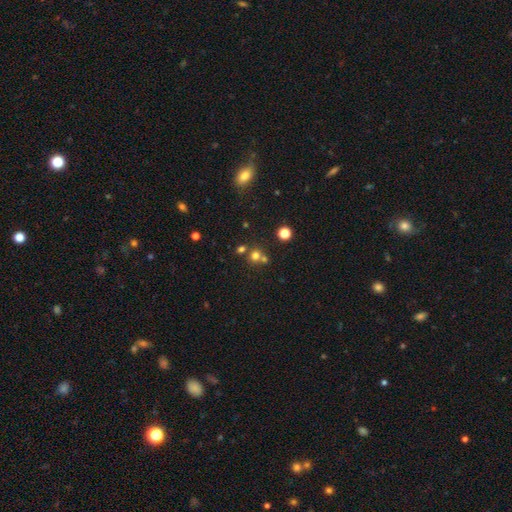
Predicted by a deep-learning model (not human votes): Smooth or featured: smooth — 68% (star or artifact — 23%)
How rounded: round — 85% (in between — 14%)
Merging: none — 56% (merger — 34%)